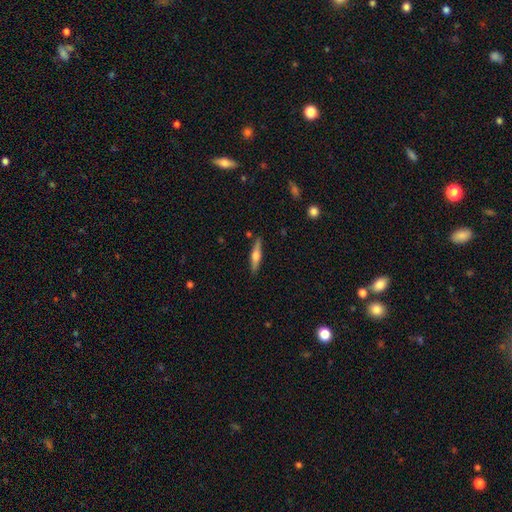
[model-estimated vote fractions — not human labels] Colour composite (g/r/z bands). It shows a featured or disk galaxy (51%) viewed edge-on (95%). Merging: none (87%).